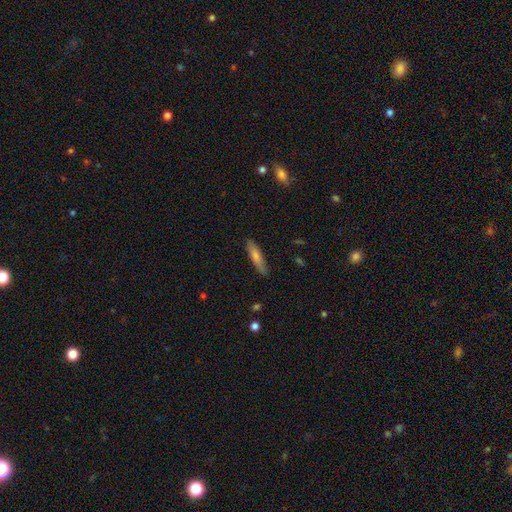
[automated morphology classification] Smooth or featured: smooth — 61% (featured or disk — 32%)
How rounded: cigar-shaped — 83% (in between — 15%)
Merging: none — 86% (minor disturbance — 11%)